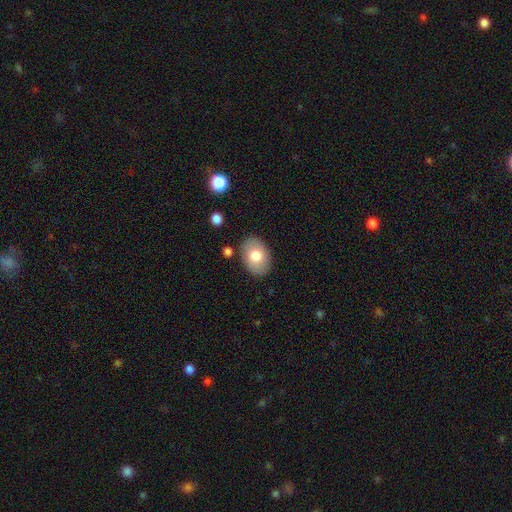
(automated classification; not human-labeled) The model was most divided on "smooth or featured": smooth: 75%, featured or disk: 18%, star or artifact: 6%. More confident: merging — none (85%); how rounded — in between (82%).